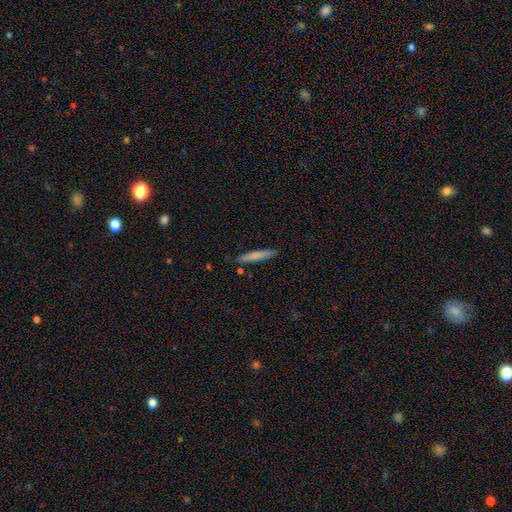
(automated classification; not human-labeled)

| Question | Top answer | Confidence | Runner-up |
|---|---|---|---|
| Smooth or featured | smooth | 73% | featured or disk (21%) |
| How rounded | cigar-shaped | 94% | in between (5%) |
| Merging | none | 88% | minor disturbance (9%) |